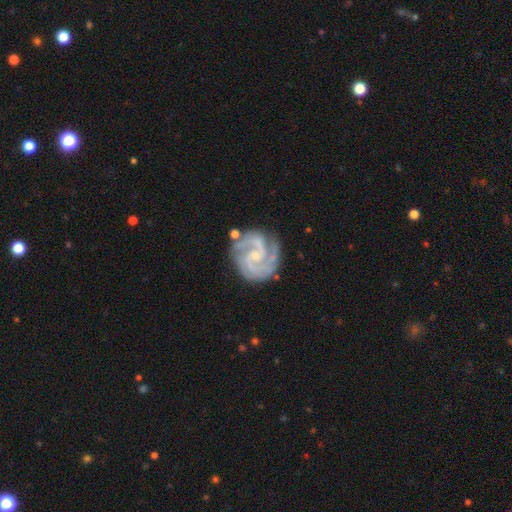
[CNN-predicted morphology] type=featured or disk (92%); edge-on=no (98%); bar=no (50%); spiral arms=yes (99%); winding=tight (55%); arm count=2 (62%); bulge=small (74%); merging=none (73%).